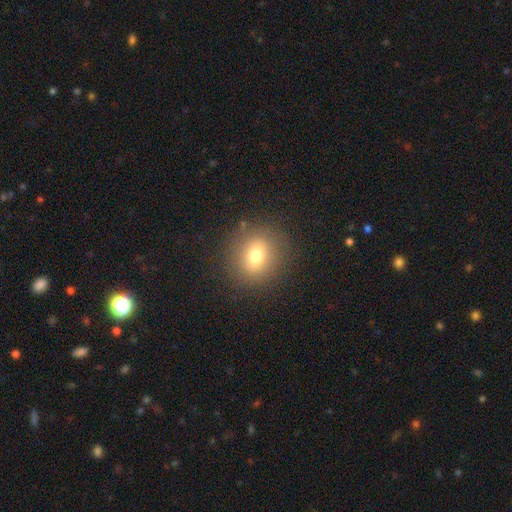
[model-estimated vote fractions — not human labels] Smooth or featured? smooth (71%)
How rounded? round (78%)
Merging? none (86%)